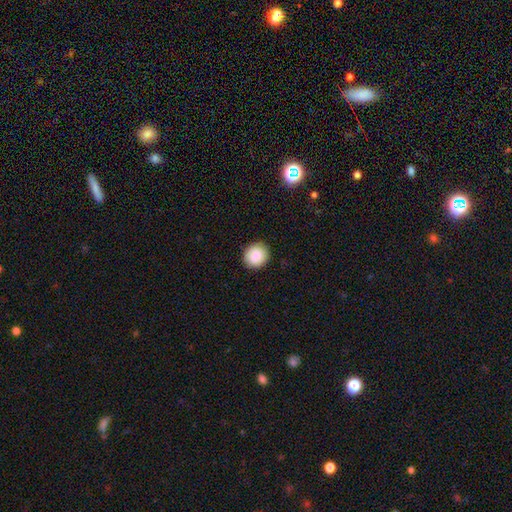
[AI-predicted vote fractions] This is clearly a smooth galaxy (86%). How rounded: clearly round (82%). Merging: clearly none (91%).